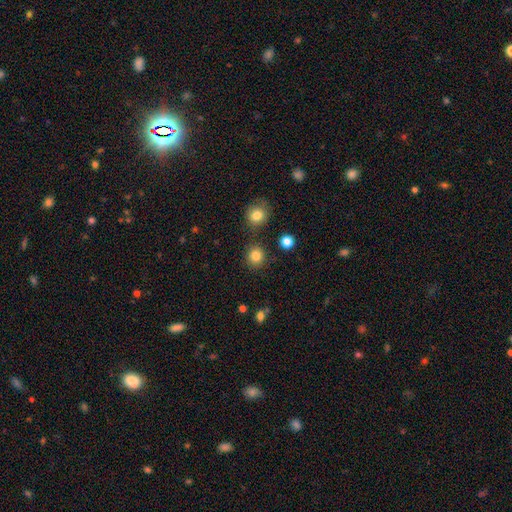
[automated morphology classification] smooth_or_featured: smooth (p=0.84) [alt: star or artifact p=0.12]
how_rounded: round (p=0.88) [alt: in between p=0.11]
merging: none (p=0.85) [alt: minor disturbance p=0.07]